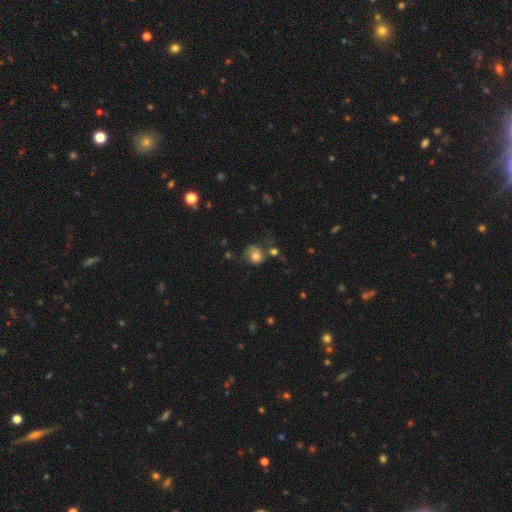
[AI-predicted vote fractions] smooth 69%, featured or disk 20%, star or artifact 11%. Down the decision tree: how rounded — round (72%); merging — none (47%).